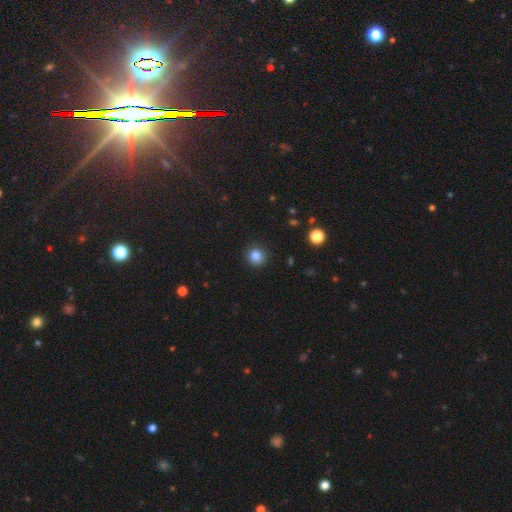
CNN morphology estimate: smooth-or-featured: smooth: 85% | star or artifact: 11% | featured or disk: 3%
  how-rounded: round: 92% | in between: 7% | cigar-shaped: 1%
  merging: none: 90% | minor disturbance: 7% | major disturbance: 2% | merger: 1%